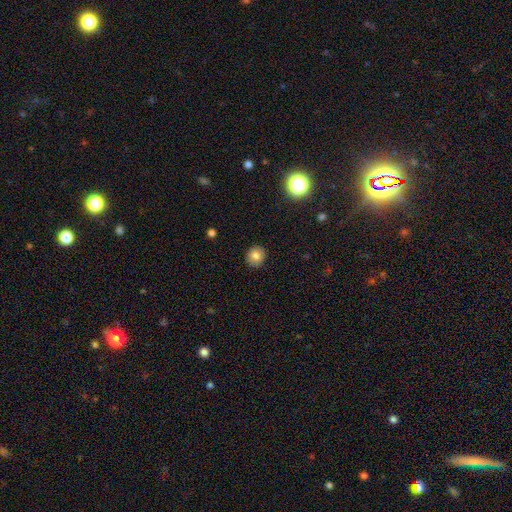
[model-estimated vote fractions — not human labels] Q: Smooth or featured?
A: smooth (80%); runner-up: star or artifact (11%)
Q: How rounded?
A: round (91%); runner-up: in between (8%)
Q: Merging?
A: none (90%); runner-up: minor disturbance (7%)